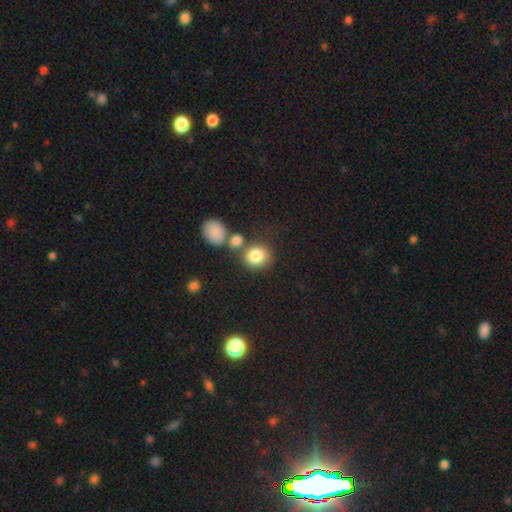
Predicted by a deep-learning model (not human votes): The model was most divided on "merging": none: 59%, merger: 24%, minor disturbance: 11%, major disturbance: 5%. More confident: smooth or featured — smooth (83%); how rounded — round (79%).